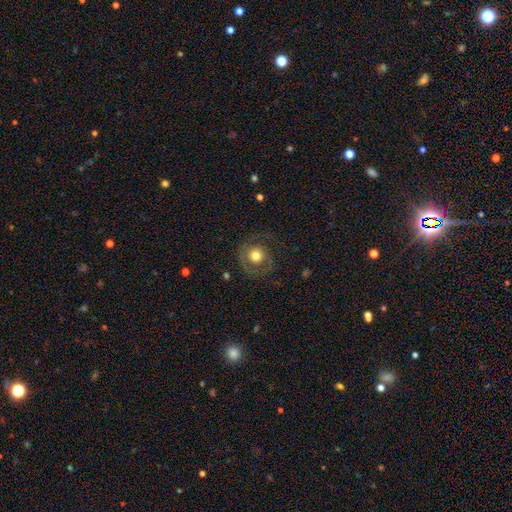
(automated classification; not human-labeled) smooth 51%, featured or disk 40%, star or artifact 9%. Down the decision tree: how rounded — round (90%); merging — none (68%).